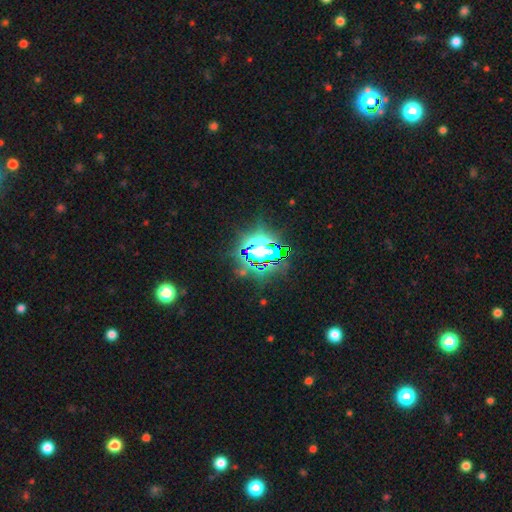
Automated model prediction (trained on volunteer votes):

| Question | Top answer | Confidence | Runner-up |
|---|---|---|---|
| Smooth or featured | star or artifact | 80% | smooth (12%) |